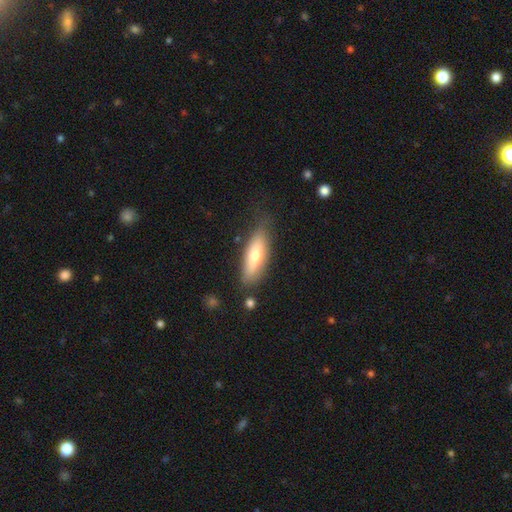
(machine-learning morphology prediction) Smooth or featured? Predicted: smooth (p=0.67). How rounded? Predicted: in between (p=0.57). Merging? Predicted: none (p=0.71).